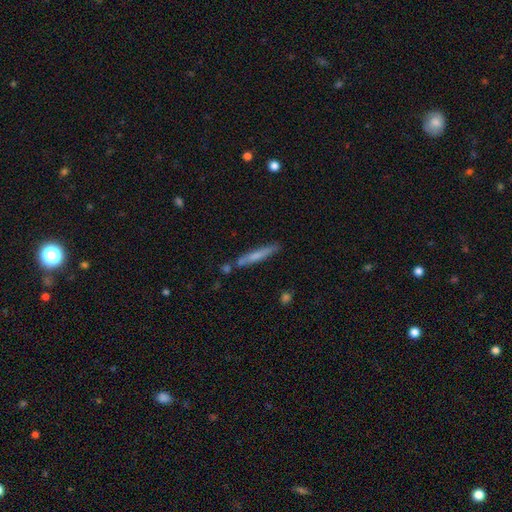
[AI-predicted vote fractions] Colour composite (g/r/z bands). It shows a smooth galaxy with no disk features (58%) that is cigar-shaped (94%). Merging: none (76%).